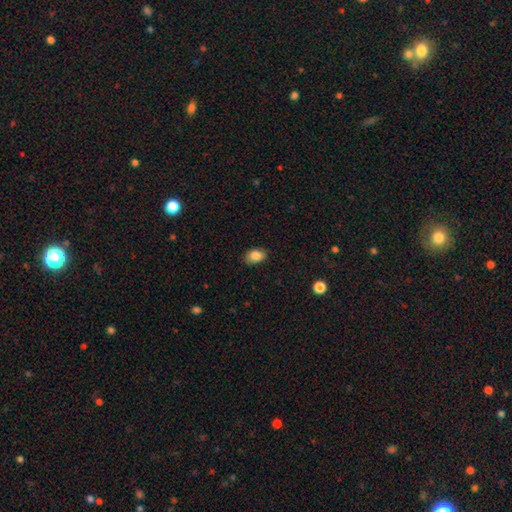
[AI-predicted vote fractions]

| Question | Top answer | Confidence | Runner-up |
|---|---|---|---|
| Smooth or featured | smooth | 86% | star or artifact (9%) |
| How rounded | in between | 80% | round (19%) |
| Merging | none | 83% | minor disturbance (13%) |